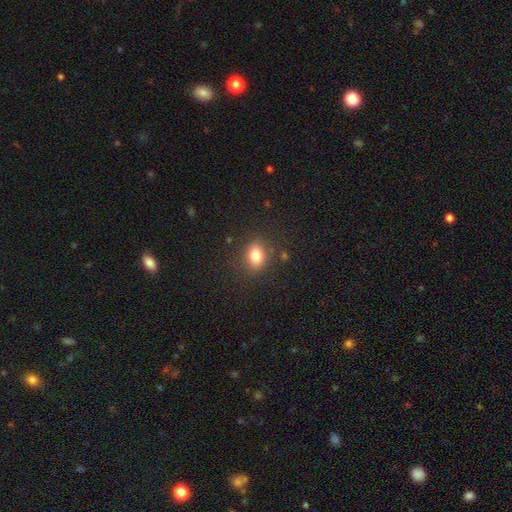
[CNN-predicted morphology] Overall: smooth (80%). How rounded: in between (59%; round 40%). Merging: none (82%).